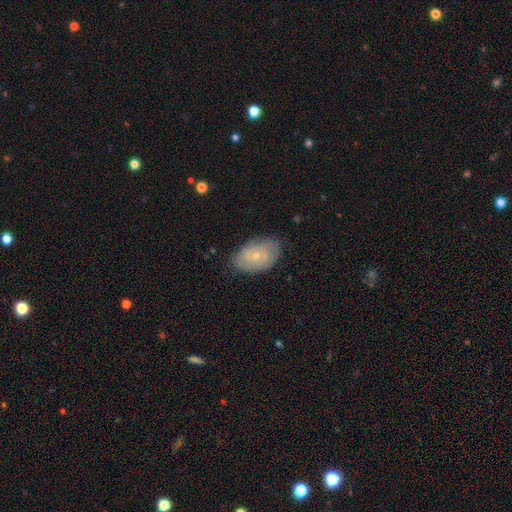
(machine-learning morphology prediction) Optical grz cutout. It shows a featured or disk galaxy (53%) with no bar (71%), spiral arms (77%) and a small central bulge (73%). Merging: none (76%).